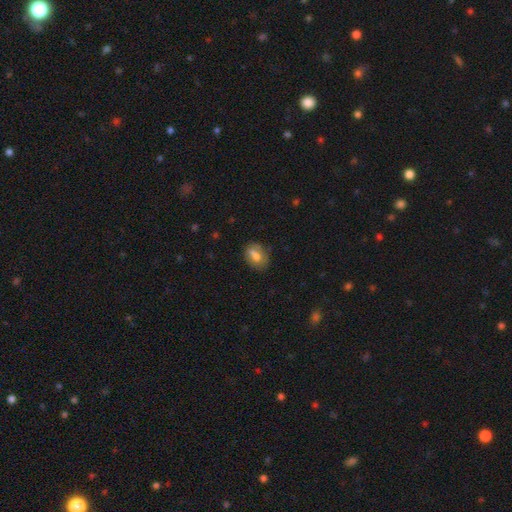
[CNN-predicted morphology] Q: Smooth or featured?
A: smooth (68%); runner-up: featured or disk (22%)
Q: How rounded?
A: in between (70%); runner-up: round (28%)
Q: Merging?
A: none (61%); runner-up: minor disturbance (22%)